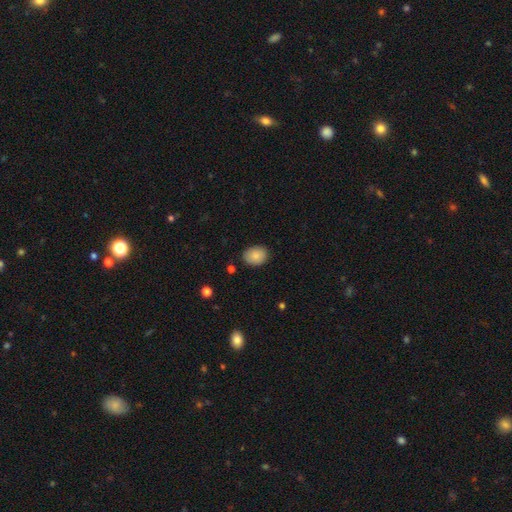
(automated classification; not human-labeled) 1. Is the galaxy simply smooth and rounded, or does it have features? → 86% smooth, 7% star or artifact, 6% featured or disk.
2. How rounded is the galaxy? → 65% in between, 34% round, 1% cigar-shaped.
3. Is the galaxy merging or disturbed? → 86% none, 10% minor disturbance, 2% major disturbance, 1% merger.